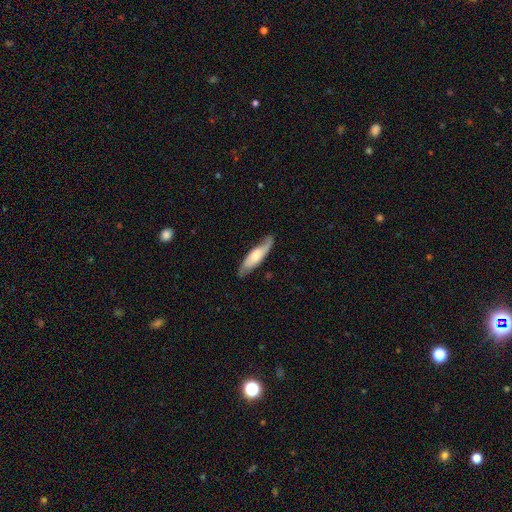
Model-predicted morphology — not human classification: Overall: featured or disk (50%; smooth 44%). Edge-on disk: no (58%; yes 42%). Merging: none (75%).